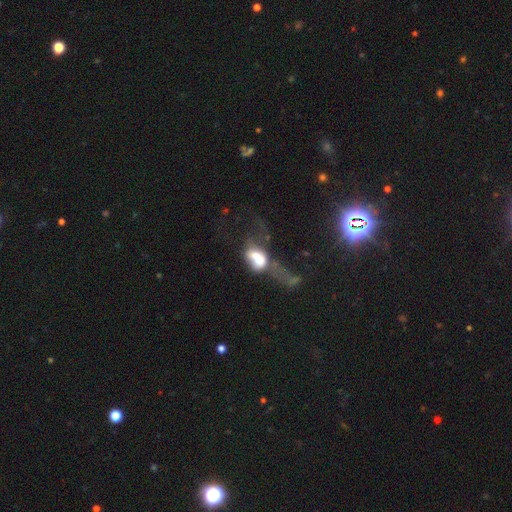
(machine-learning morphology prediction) A smooth galaxy with no disk features (49%). Merging: merger (54%).